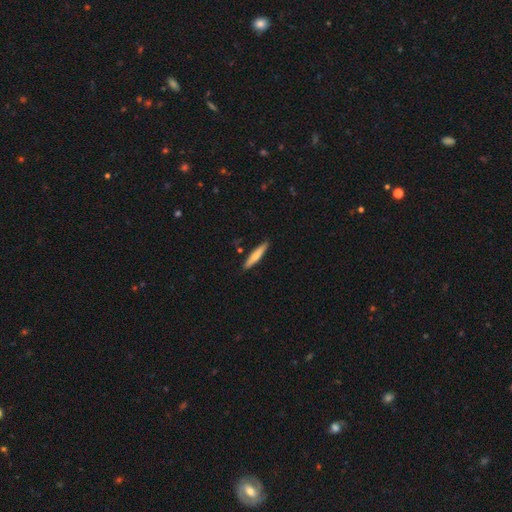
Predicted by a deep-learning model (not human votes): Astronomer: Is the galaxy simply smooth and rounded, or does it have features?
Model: smooth — 65%.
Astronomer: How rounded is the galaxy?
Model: cigar-shaped — 90%.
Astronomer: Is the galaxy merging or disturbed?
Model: none — 88%.